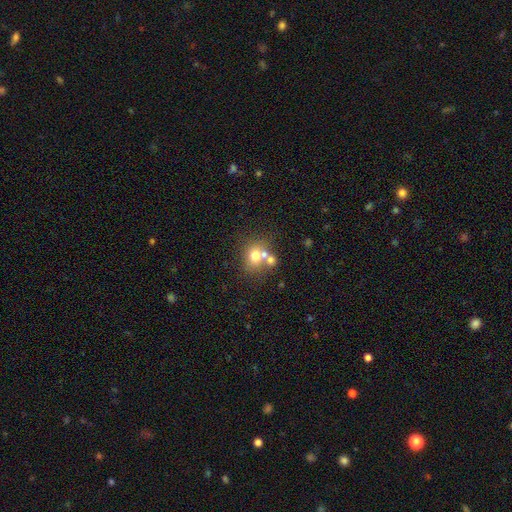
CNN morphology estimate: Smooth or featured: smooth — 68% (featured or disk — 18%)
How rounded: round — 66% (in between — 33%)
Merging: none — 45% (merger — 40%)